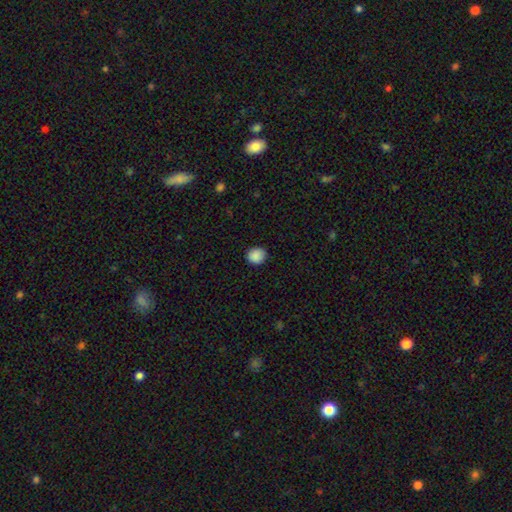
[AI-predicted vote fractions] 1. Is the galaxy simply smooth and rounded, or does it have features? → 89% smooth, 9% star or artifact, 3% featured or disk.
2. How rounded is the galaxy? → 84% round, 15% in between, 1% cigar-shaped.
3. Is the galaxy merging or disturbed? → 88% none, 8% minor disturbance, 2% major disturbance, 1% merger.